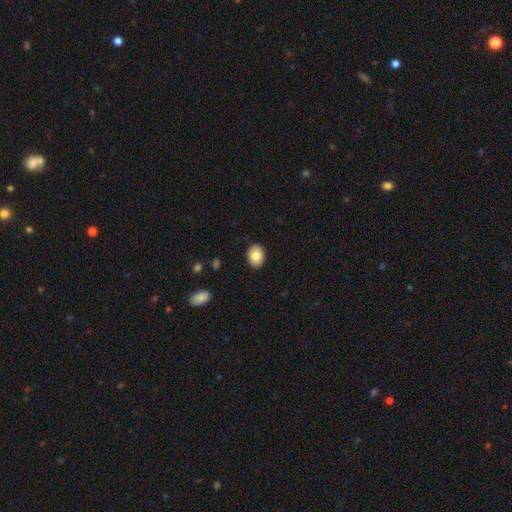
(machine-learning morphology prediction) Smooth or featured? Predicted: smooth (p=0.82). How rounded? Predicted: in between (p=0.72). Merging? Predicted: none (p=0.90).